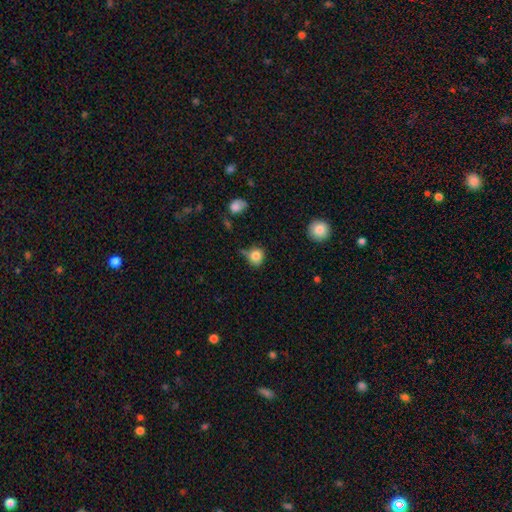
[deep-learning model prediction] Smooth or featured? Predicted: smooth (p=0.82). How rounded? Predicted: round (p=0.82). Merging? Predicted: none (p=0.55).